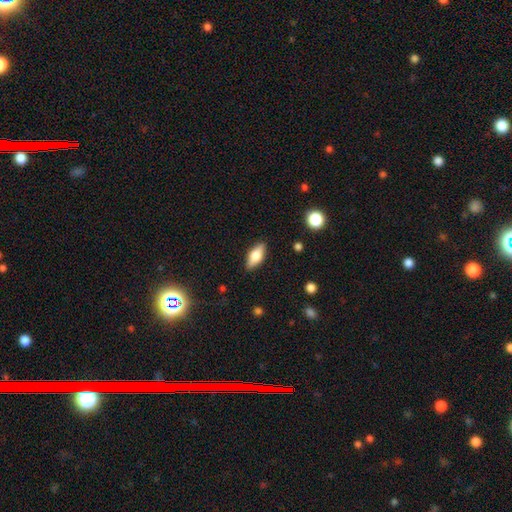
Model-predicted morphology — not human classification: Q: Smooth or featured?
A: smooth (62%); runner-up: featured or disk (31%)
Q: How rounded?
A: in between (79%); runner-up: cigar-shaped (18%)
Q: Merging?
A: none (87%); runner-up: minor disturbance (10%)